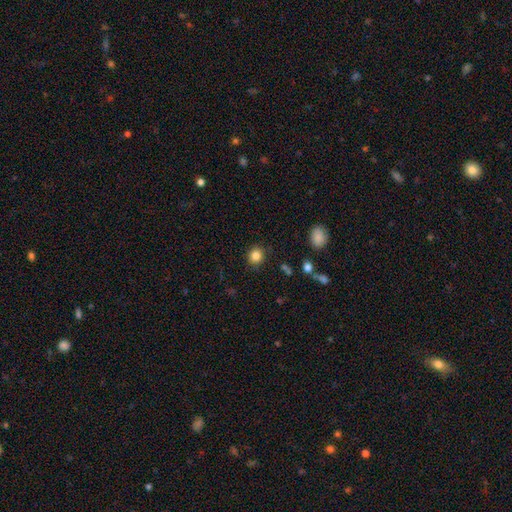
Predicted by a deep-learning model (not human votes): A smooth galaxy with no disk features (84%) that is round (85%). Merging: none (88%).